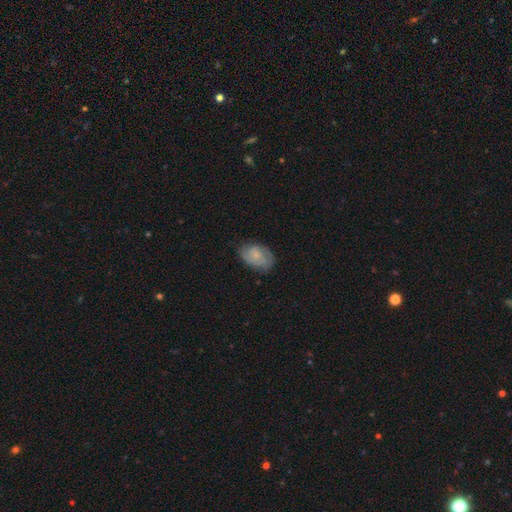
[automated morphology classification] smooth 47%, featured or disk 46%, star or artifact 7%. Down the decision tree: merging — none (72%).